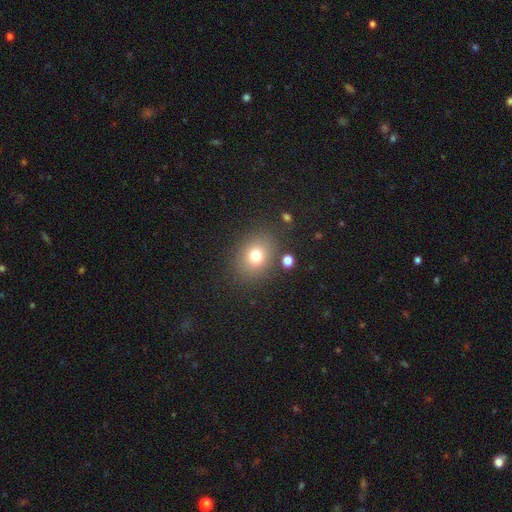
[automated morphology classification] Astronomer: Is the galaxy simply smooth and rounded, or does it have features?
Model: smooth — 75%.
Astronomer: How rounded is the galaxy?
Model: round — 58% (runner-up: in between, 41%).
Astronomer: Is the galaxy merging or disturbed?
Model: none — 82%.